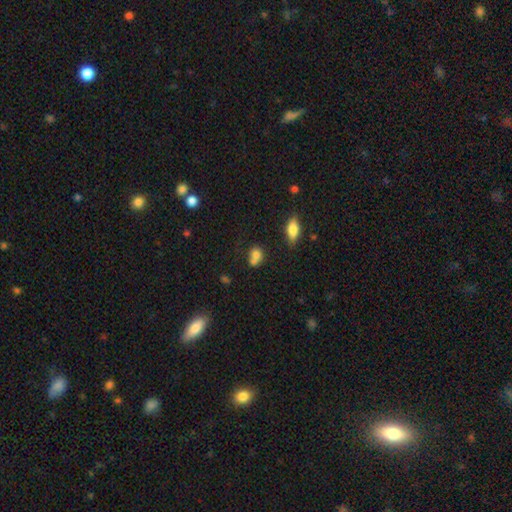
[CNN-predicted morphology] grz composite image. It shows a smooth galaxy with no disk features (75%) that is round (53%). Merging: merger (48%).